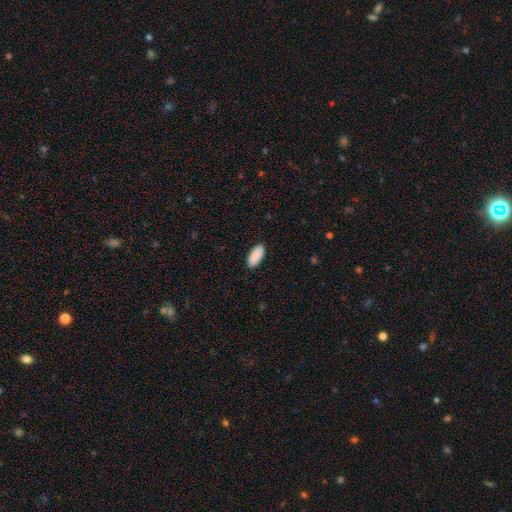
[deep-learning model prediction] Smooth or featured? Predicted: smooth (p=0.90). How rounded? Predicted: in between (p=0.91). Merging? Predicted: none (p=0.89).